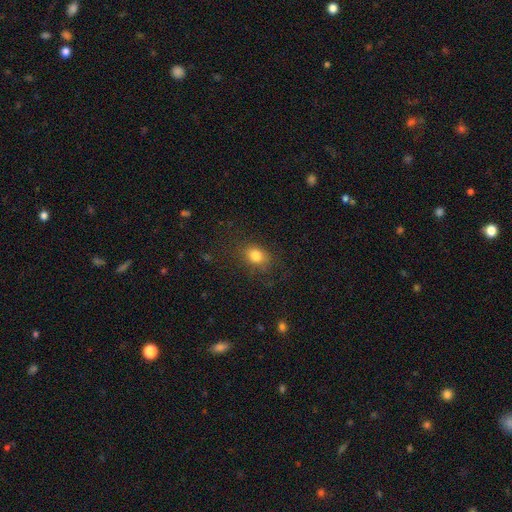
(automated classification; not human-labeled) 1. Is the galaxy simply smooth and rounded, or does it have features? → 80% smooth, 12% star or artifact, 8% featured or disk.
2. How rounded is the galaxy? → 62% in between, 37% round, 1% cigar-shaped.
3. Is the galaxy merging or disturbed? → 78% none, 14% minor disturbance, 7% major disturbance, 1% merger.